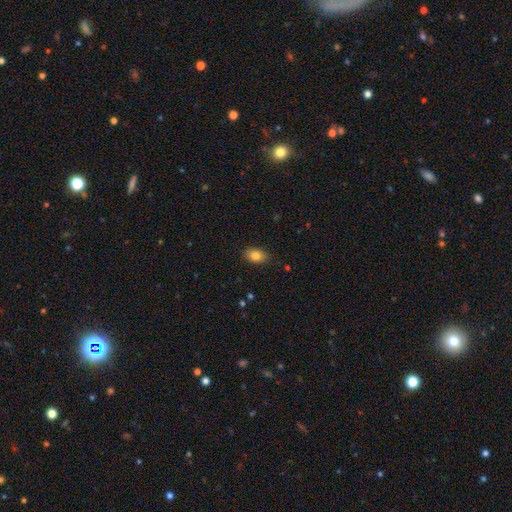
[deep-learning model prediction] Morphology: type=smooth (83%); roundness=in between (82%); merging=none (84%).